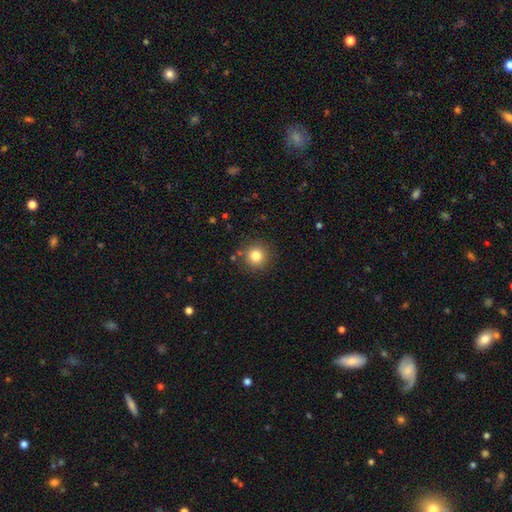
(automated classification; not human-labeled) smooth-or-featured: smooth: 82% | star or artifact: 12% | featured or disk: 7%
  how-rounded: round: 94% | in between: 5% | cigar-shaped: 1%
  merging: none: 87% | minor disturbance: 8% | major disturbance: 3% | merger: 2%